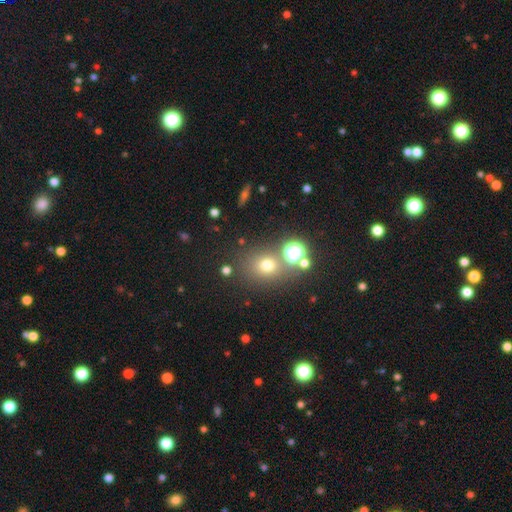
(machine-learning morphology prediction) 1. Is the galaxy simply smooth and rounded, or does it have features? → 52% smooth, 39% star or artifact, 9% featured or disk.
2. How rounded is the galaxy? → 80% round, 18% in between, 1% cigar-shaped.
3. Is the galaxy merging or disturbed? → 68% none, 20% merger, 8% minor disturbance, 4% major disturbance.